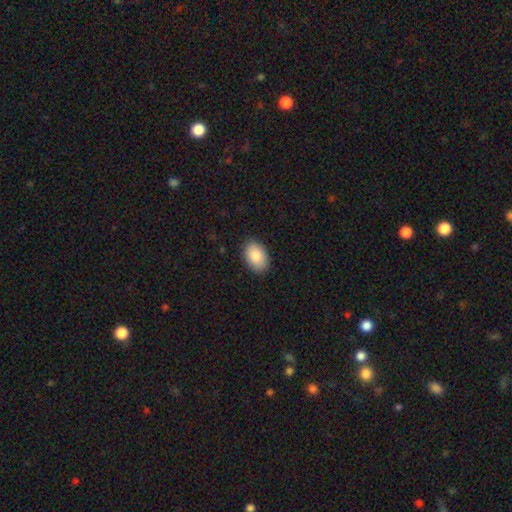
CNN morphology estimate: smooth-or-featured: smooth: 87% | featured or disk: 7% | star or artifact: 6%
  how-rounded: in between: 90% | round: 9% | cigar-shaped: 1%
  merging: none: 88% | minor disturbance: 9% | major disturbance: 2% | merger: 1%